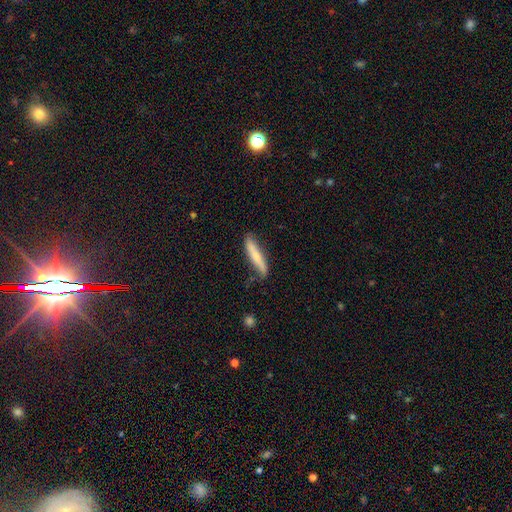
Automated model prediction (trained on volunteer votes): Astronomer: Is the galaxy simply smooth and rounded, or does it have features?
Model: smooth — 65%.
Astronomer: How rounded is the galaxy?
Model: cigar-shaped — 88%.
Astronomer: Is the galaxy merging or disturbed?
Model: none — 75%.